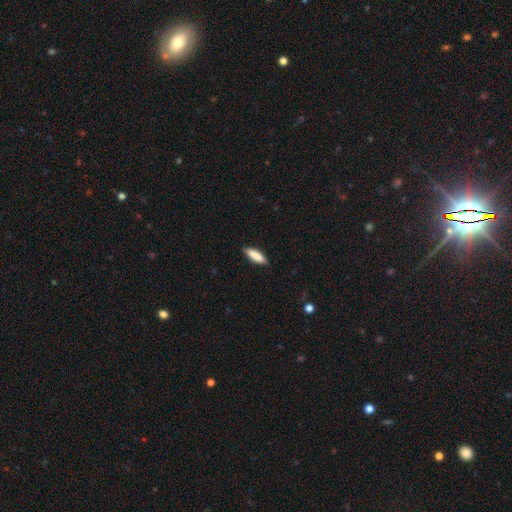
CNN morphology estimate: This appears to be a smooth galaxy with no disk features (85%) that is cigar-shaped (60%). Merging: none (87%).